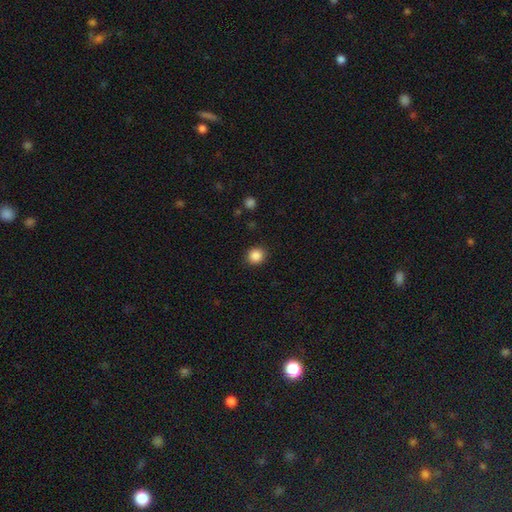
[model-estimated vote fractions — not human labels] The model was most divided on "how rounded": round: 83%, in between: 16%, cigar-shaped: 1%. More confident: merging — none (90%); smooth or featured — smooth (86%).